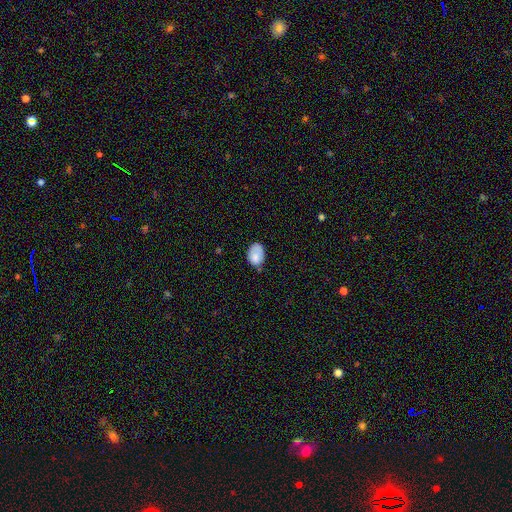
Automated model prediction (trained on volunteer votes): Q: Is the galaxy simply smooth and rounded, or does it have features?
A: smooth — 80%.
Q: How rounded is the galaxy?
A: in between — 79%.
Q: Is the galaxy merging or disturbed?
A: none — 50%.